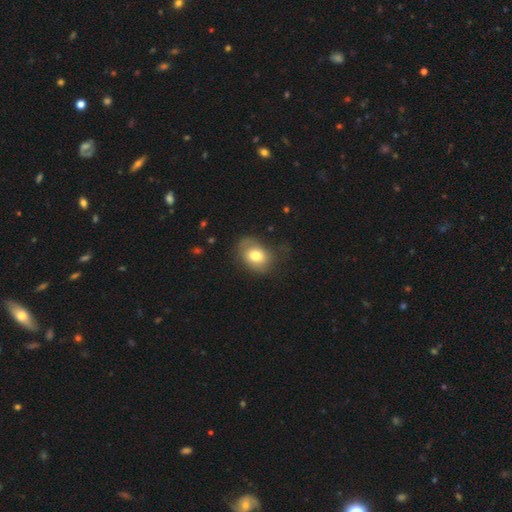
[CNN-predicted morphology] This is likely a smooth galaxy (70%). How rounded: likely in between (64%). Merging: possibly none (54%).